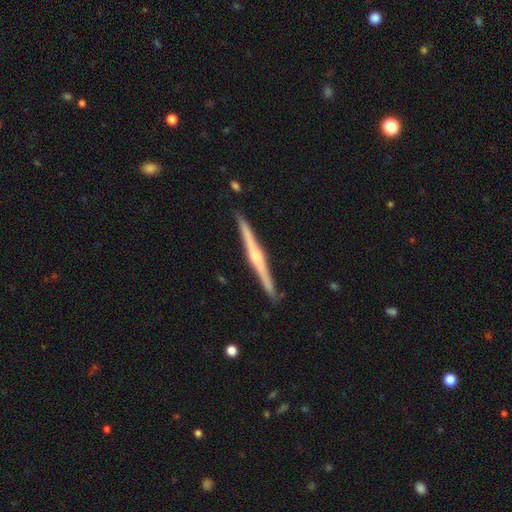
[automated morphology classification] smooth_or_featured: featured or disk (p=0.78) [alt: smooth p=0.17]
disk_edge_on: yes (p=0.98) [alt: no p=0.02]
edge_on_bulge: rounded (p=0.73) [alt: none p=0.14]
merging: none (p=0.91) [alt: minor disturbance p=0.07]